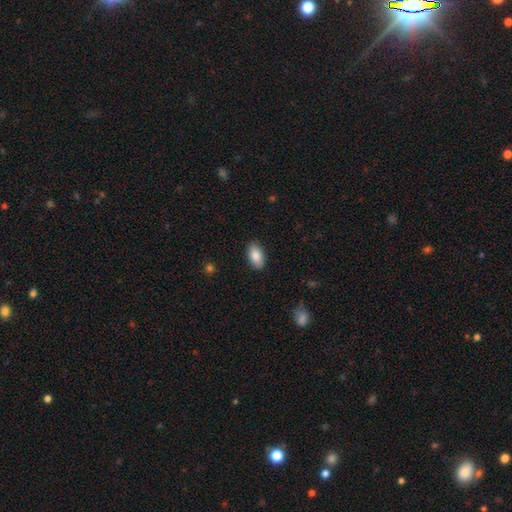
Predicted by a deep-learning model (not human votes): This is clearly a smooth galaxy (87%). How rounded: clearly in between (93%). Merging: clearly none (88%).